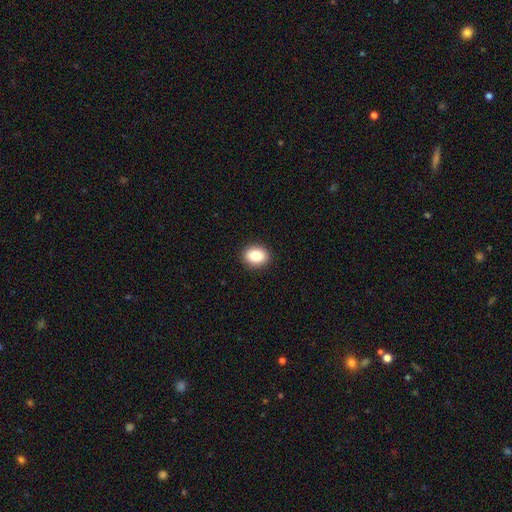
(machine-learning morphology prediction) Overall: smooth (85%). How rounded: in between (61%; round 38%). Merging: none (91%).